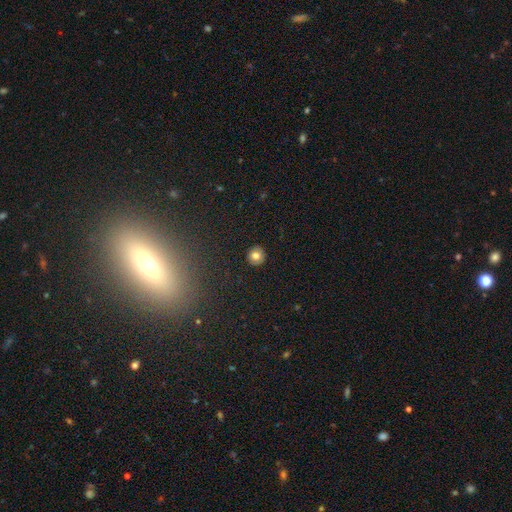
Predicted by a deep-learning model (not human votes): Smooth or featured: smooth — 78% (featured or disk — 12%)
How rounded: round — 92% (in between — 7%)
Merging: none — 91% (minor disturbance — 6%)